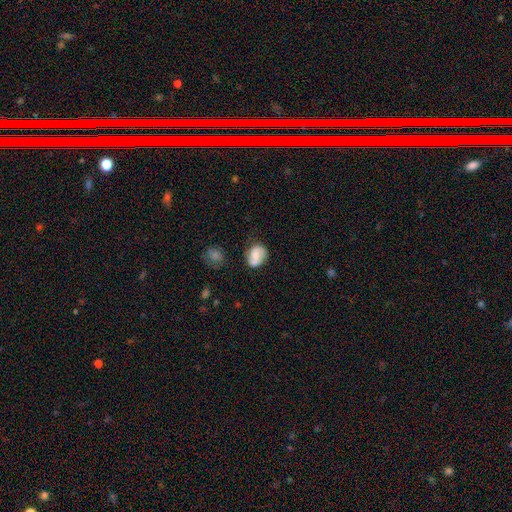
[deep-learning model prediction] Smooth or featured: smooth — 56% (featured or disk — 36%)
How rounded: in between — 62% (round — 37%)
Merging: none — 62% (minor disturbance — 23%)